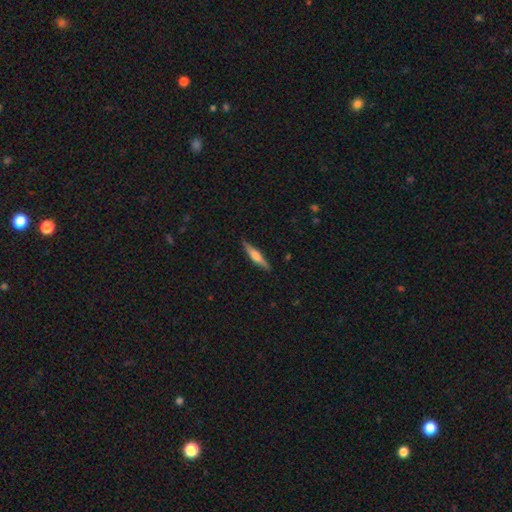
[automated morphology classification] Smooth or featured?
  - featured or disk: 53% *
  - smooth: 41%
  - star or artifact: 6%
Edge-on disk?
  - yes: 96% *
  - no: 4%
Edge-on bulge?
  - rounded: 82% *
  - boxy: 11%
  - none: 7%
Merging?
  - none: 89% *
  - minor disturbance: 8%
  - major disturbance: 2%
  - merger: 1%